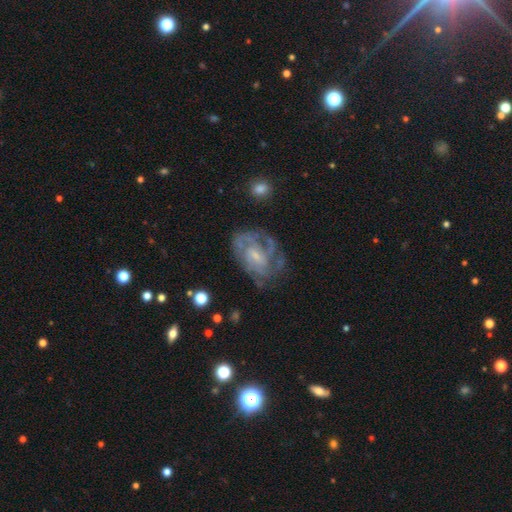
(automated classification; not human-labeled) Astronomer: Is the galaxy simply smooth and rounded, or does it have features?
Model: featured or disk — 80%.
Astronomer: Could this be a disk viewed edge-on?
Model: no — 97%.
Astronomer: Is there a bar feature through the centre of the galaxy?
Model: no — 47% (runner-up: weak, 44%).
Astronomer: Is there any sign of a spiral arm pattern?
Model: yes — 87%.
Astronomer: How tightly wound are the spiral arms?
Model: tight — 53% (runner-up: medium, 37%).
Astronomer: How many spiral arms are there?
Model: can't tell — 39% (runner-up: 2, 22%).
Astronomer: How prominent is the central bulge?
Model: small — 64%.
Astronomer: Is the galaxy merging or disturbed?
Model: none — 61%.